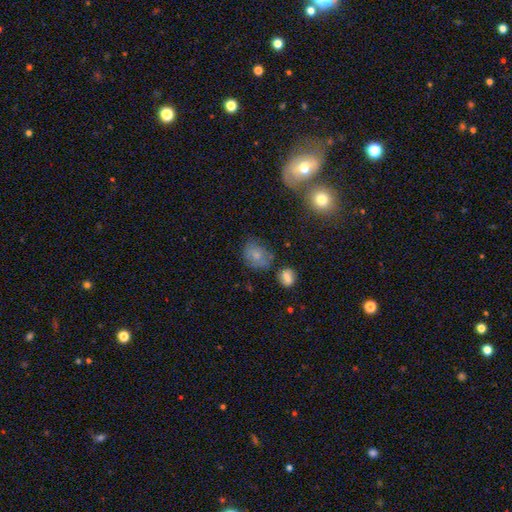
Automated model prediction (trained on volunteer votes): smooth 66%, featured or disk 21%, star or artifact 13%. Down the decision tree: how rounded — in between (51%); merging — none (60%).